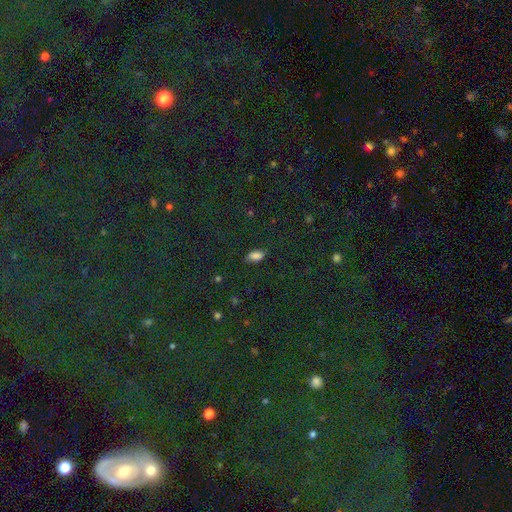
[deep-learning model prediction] This is clearly a smooth galaxy (81%). How rounded: clearly in between (91%). Merging: clearly none (81%).